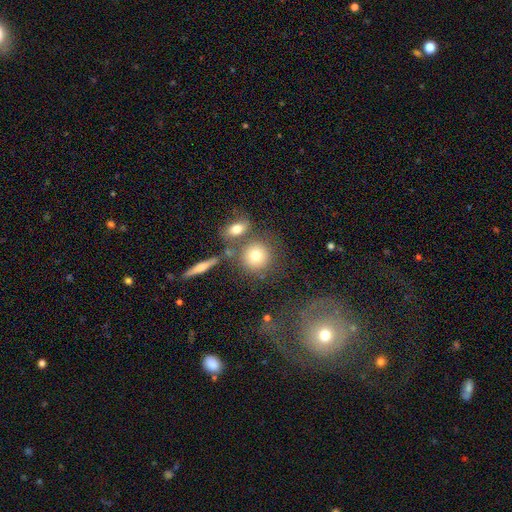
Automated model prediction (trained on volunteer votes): Morphology: type=smooth (75%); roundness=round (85%); merging=none (68%).